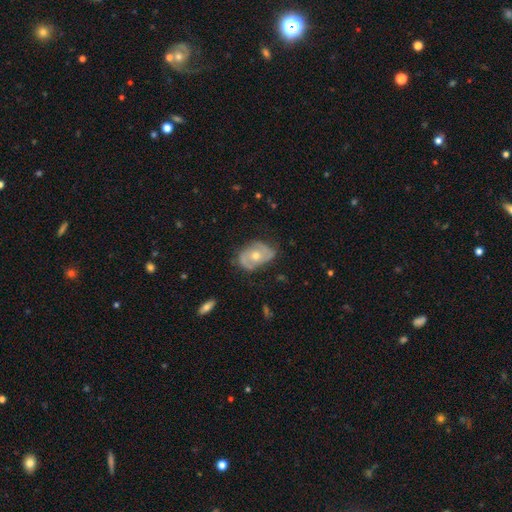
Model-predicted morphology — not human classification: This is likely a featured or disk galaxy (72%). It is clearly not viewed edge-on (95%). Bar: likely no (73%). Spiral arm pattern: clearly yes (81%). Spiral arm count: likely 2 (66%). Spiral winding: marginally tight (41%). Central bulge: likely moderate (69%). Merging: likely none (68%).